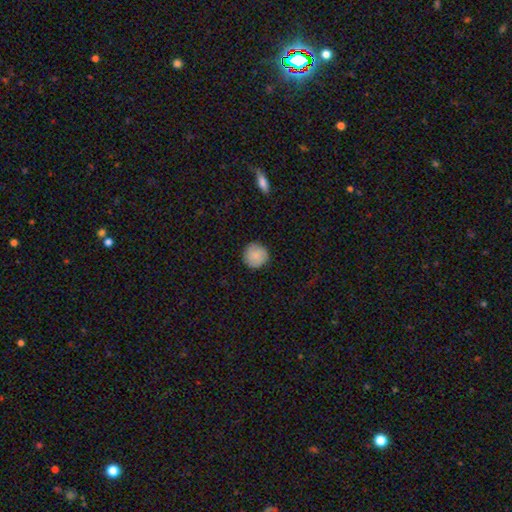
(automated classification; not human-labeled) Smooth or featured? smooth (85%)
How rounded? round (94%)
Merging? none (88%)